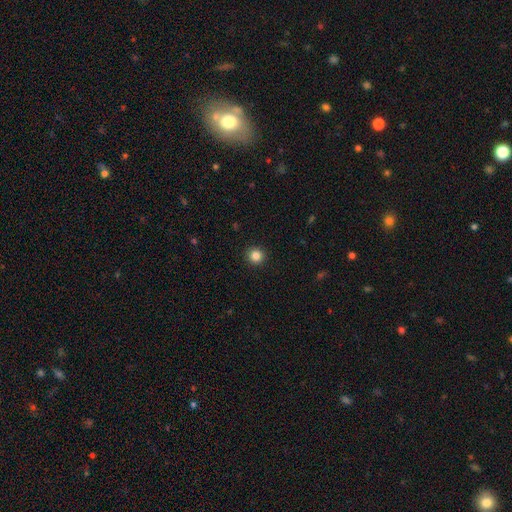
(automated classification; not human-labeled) A smooth galaxy with no disk features (85%) that is round (95%). Merging: none (93%).